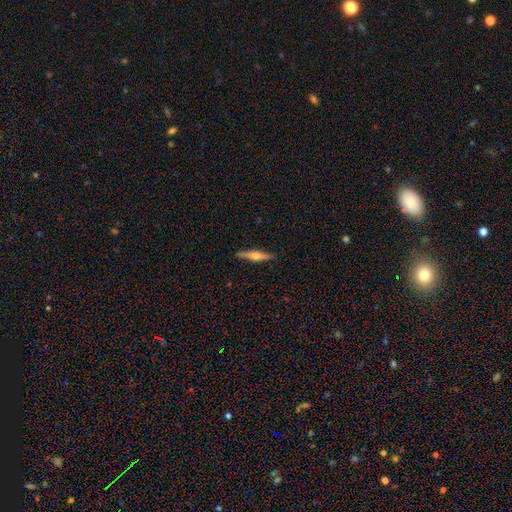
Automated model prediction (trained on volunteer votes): Overall: featured or disk (62%; smooth 32%). Edge-on disk: yes (97%). Edge-on bulge: rounded (88%). Merging: none (90%).